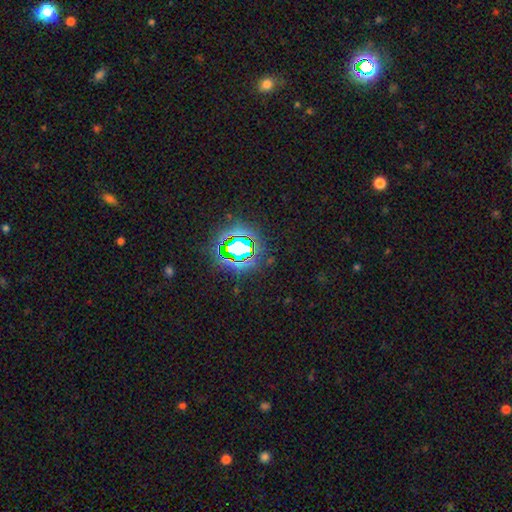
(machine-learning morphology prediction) The model was most divided on "smooth or featured": star or artifact: 81%, smooth: 12%, featured or disk: 7%.